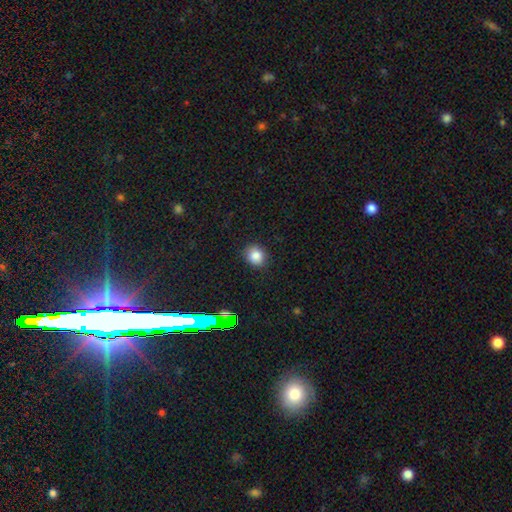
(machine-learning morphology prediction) Smooth or featured?
  - smooth: 83% *
  - star or artifact: 12%
  - featured or disk: 5%
How rounded?
  - round: 75% *
  - in between: 24%
  - cigar-shaped: 1%
Merging?
  - none: 86% *
  - minor disturbance: 10%
  - major disturbance: 3%
  - merger: 1%